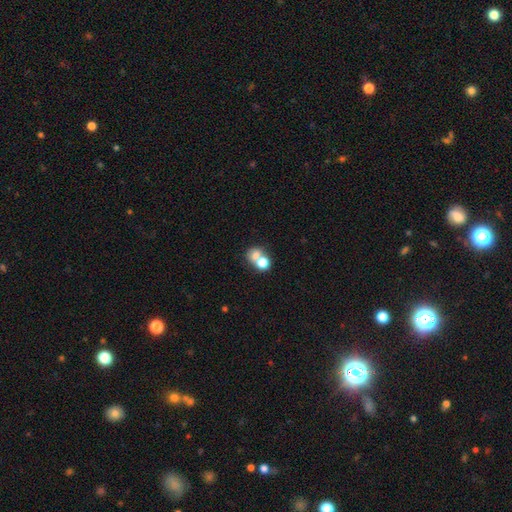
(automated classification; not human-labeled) Q: Smooth or featured?
A: smooth (69%); runner-up: featured or disk (17%)
Q: How rounded?
A: round (64%); runner-up: in between (35%)
Q: Merging?
A: merger (57%); runner-up: none (32%)